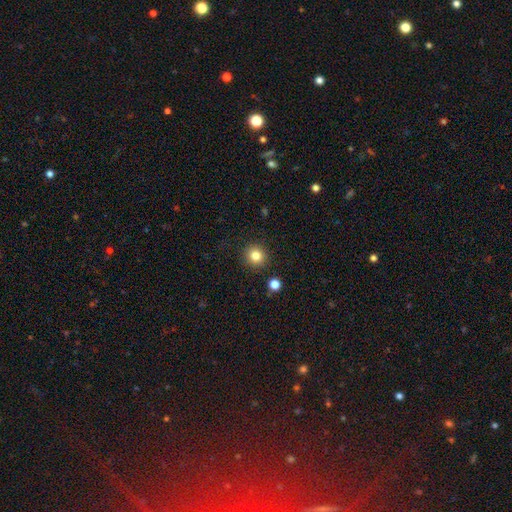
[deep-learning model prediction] Q: Smooth or featured?
A: smooth (83%); runner-up: star or artifact (12%)
Q: How rounded?
A: round (93%); runner-up: in between (6%)
Q: Merging?
A: none (91%); runner-up: minor disturbance (5%)